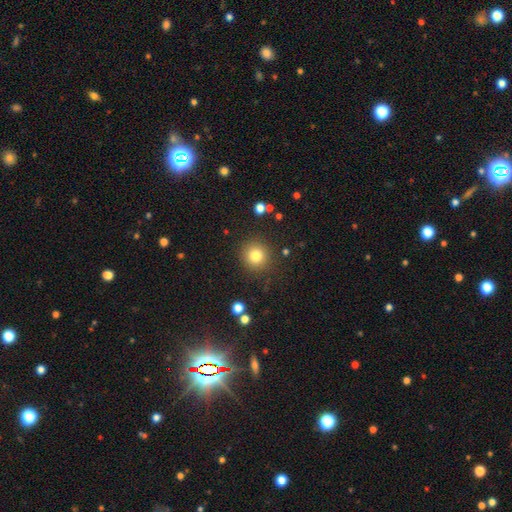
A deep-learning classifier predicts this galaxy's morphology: This is clearly a smooth galaxy (80%). How rounded: clearly round (94%). Merging: clearly none (89%).